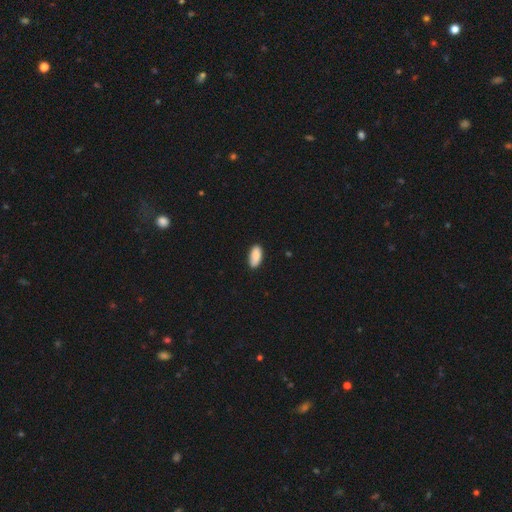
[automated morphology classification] Smooth or featured? Predicted: smooth (p=0.88). How rounded? Predicted: in between (p=0.91). Merging? Predicted: none (p=0.81).